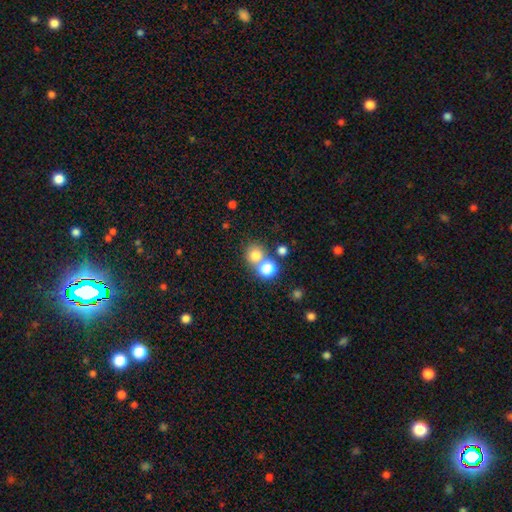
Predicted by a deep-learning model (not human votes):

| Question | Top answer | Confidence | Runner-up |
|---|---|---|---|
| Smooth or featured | smooth | 75% | star or artifact (17%) |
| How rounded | round | 87% | in between (12%) |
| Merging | none | 58% | merger (31%) |